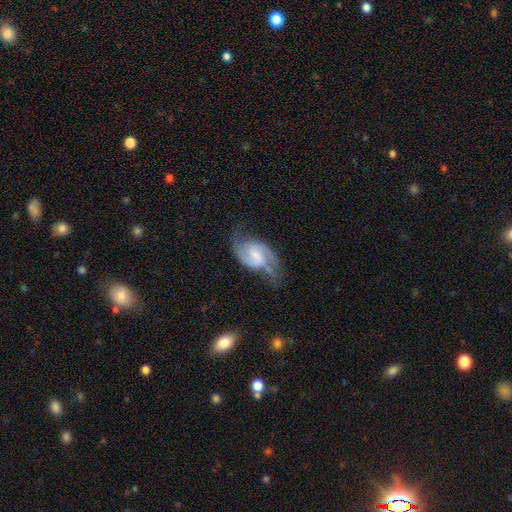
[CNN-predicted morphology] Smooth or featured? featured or disk (84%)
Edge-on disk? no (97%)
Bar? weak (53%)
Spiral arms? yes (96%)
Spiral winding? medium (50%)
Spiral arm count? 2 (91%)
Bulge size? small (32%)
Merging? none (64%)